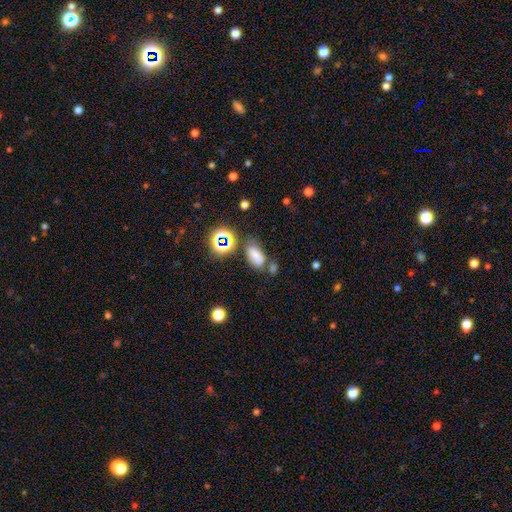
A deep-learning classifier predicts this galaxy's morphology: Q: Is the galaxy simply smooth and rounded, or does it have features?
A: smooth — 69%.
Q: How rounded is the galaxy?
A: in between — 87%.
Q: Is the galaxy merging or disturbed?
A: none — 58%.